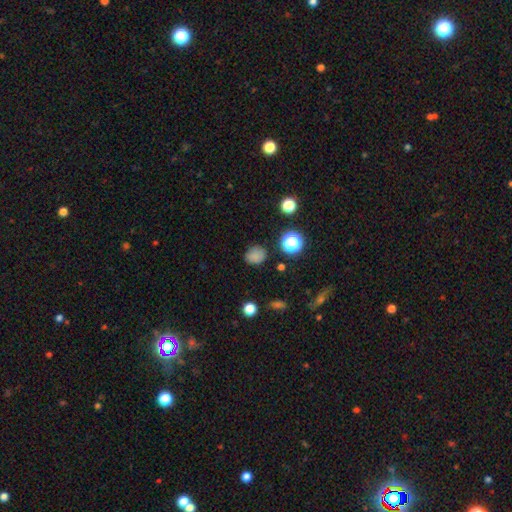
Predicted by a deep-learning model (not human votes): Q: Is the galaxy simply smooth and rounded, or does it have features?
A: smooth — 77%.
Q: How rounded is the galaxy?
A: round — 66%.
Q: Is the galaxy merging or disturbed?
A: none — 79%.